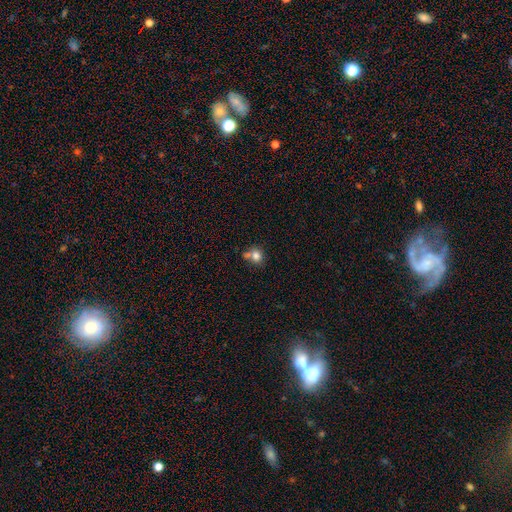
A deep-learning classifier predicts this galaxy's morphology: The model was most divided on "merging": none: 48%, merger: 34%, minor disturbance: 13%, major disturbance: 5%. More confident: smooth or featured — smooth (79%); how rounded — round (70%).